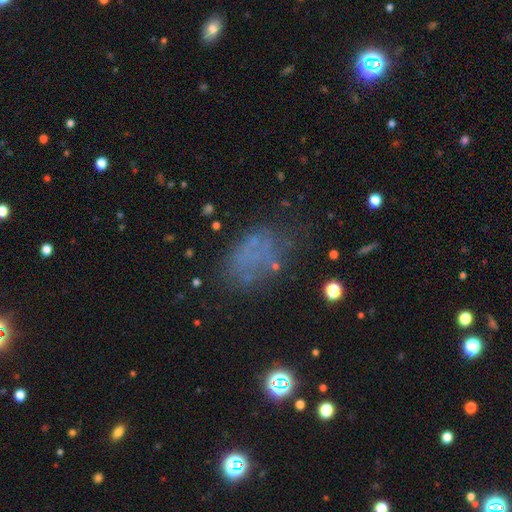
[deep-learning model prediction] Smooth or featured? Predicted: smooth (p=0.48). Merging? Predicted: none (p=0.53).